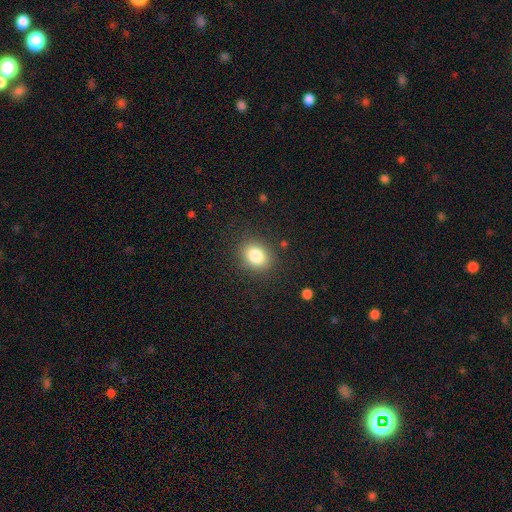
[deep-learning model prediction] smooth 83%, star or artifact 10%, featured or disk 7%. Down the decision tree: how rounded — round (55%); merging — none (86%).